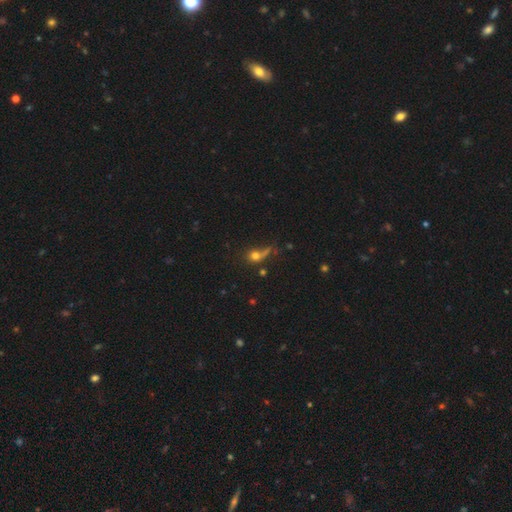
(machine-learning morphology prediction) smooth_or_featured: smooth (p=0.66) [alt: featured or disk p=0.18]
how_rounded: round (p=0.67) [alt: in between p=0.27]
merging: none (p=0.39) [alt: major disturbance p=0.28]